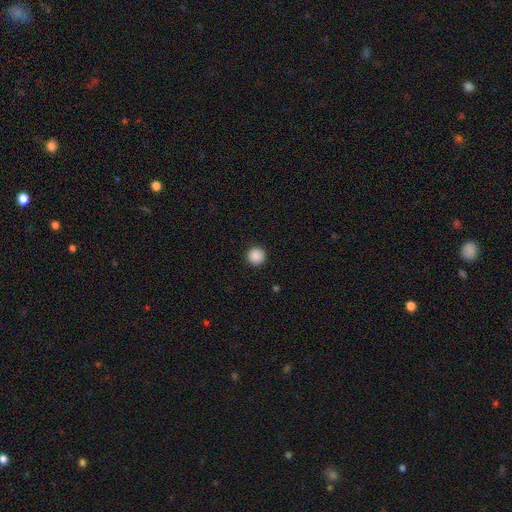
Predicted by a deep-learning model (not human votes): The model was most divided on "smooth or featured": smooth: 89%, star or artifact: 9%, featured or disk: 2%. More confident: how rounded — round (96%); merging — none (93%).